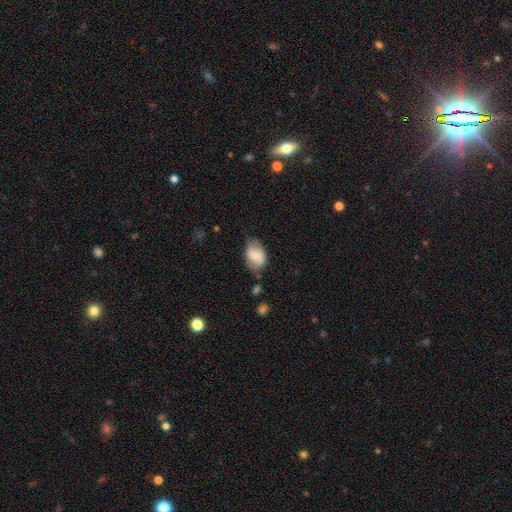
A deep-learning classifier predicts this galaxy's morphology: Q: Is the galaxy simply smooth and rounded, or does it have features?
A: smooth — 71%.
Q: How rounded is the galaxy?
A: in between — 83%.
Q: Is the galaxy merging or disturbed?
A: none — 63%.